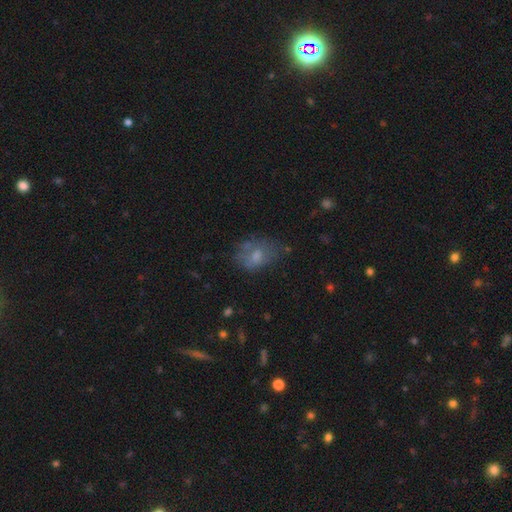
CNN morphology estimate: This appears to be a smooth galaxy with no disk features (62%) that is in between round and cigar-shaped (74%). Merging: none (48%).